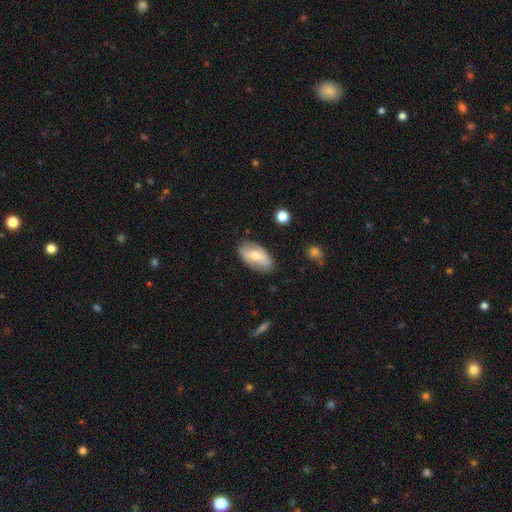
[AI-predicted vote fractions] Smooth or featured?
  - smooth: 53% *
  - featured or disk: 40%
  - star or artifact: 6%
How rounded?
  - in between: 91% *
  - round: 5%
  - cigar-shaped: 4%
Merging?
  - none: 77% *
  - minor disturbance: 17%
  - major disturbance: 4%
  - merger: 2%